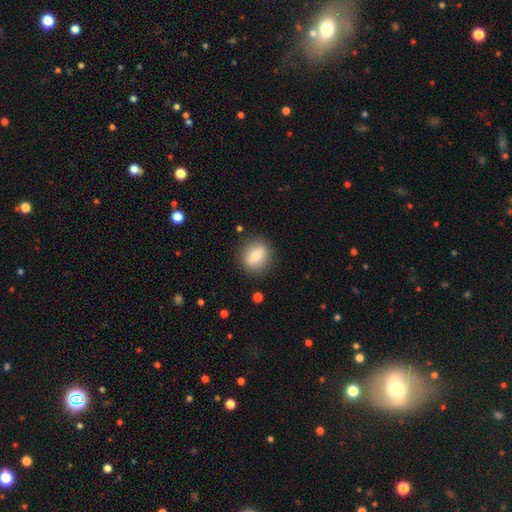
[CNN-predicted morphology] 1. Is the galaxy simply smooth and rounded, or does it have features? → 71% smooth, 21% featured or disk, 8% star or artifact.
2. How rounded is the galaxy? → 58% round, 39% in between, 3% cigar-shaped.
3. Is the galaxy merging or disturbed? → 87% none, 9% minor disturbance, 3% major disturbance, 1% merger.